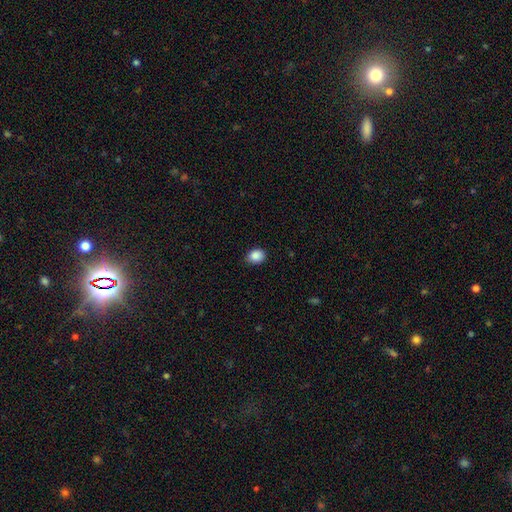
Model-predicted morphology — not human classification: Smooth or featured? Predicted: smooth (p=0.88). How rounded? Predicted: in between (p=0.54). Merging? Predicted: none (p=0.83).